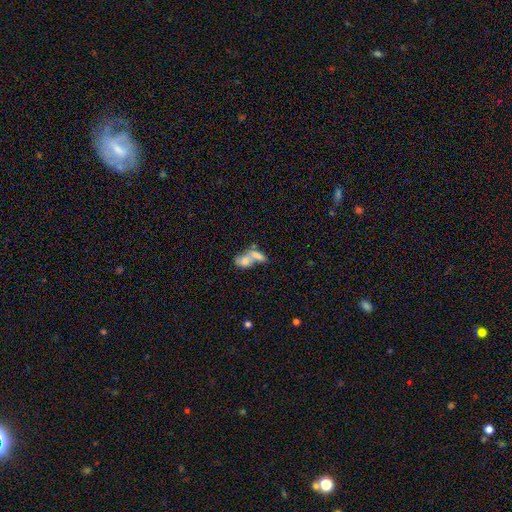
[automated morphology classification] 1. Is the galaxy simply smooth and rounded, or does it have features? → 68% smooth, 23% featured or disk, 9% star or artifact.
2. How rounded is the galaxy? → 74% in between, 13% cigar-shaped, 12% round.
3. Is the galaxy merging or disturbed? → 68% merger, 19% none, 7% minor disturbance, 6% major disturbance.